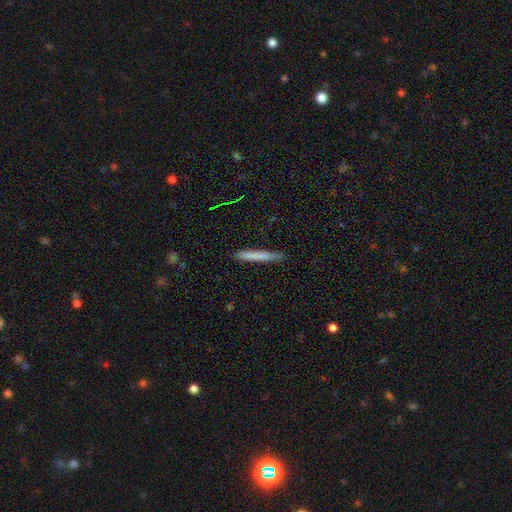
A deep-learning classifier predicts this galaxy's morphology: A smooth galaxy with no disk features (69%) that is cigar-shaped (97%). Merging: none (90%).